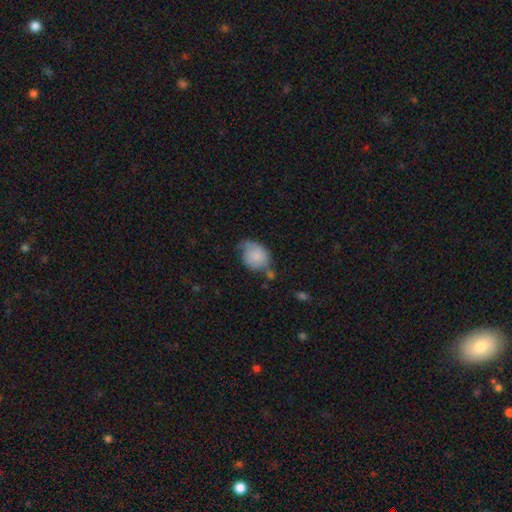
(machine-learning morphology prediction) smooth 67%, featured or disk 25%, star or artifact 8%. Down the decision tree: how rounded — round (51%); merging — minor disturbance (37%).